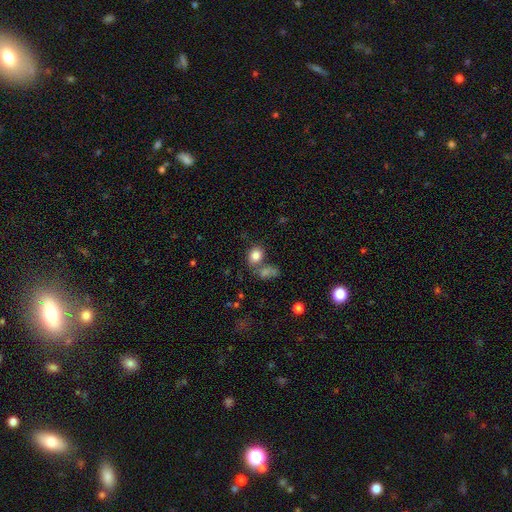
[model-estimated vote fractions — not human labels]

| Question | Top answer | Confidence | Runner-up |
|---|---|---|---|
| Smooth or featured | smooth | 83% | star or artifact (10%) |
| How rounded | in between | 51% | round (48%) |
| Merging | none | 61% | merger (22%) |